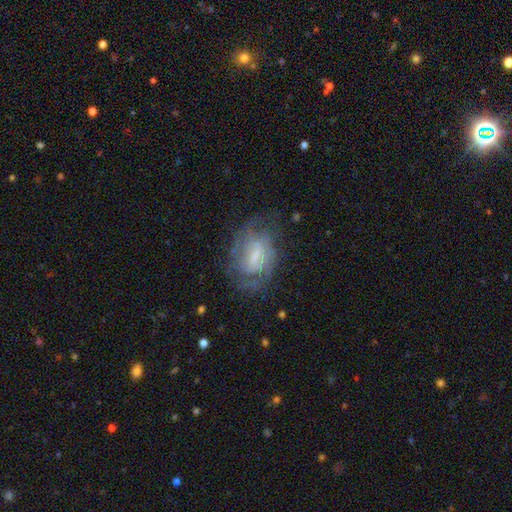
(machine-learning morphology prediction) Smooth or featured? Predicted: featured or disk (p=0.71). Edge-on disk? Predicted: no (p=0.96). Bar? Predicted: weak (p=0.53). Spiral arms? Predicted: yes (p=0.82). Spiral winding? Predicted: tight (p=0.45). Spiral arm count? Predicted: can't tell (p=0.42). Bulge size? Predicted: small (p=0.39). Merging? Predicted: none (p=0.60).